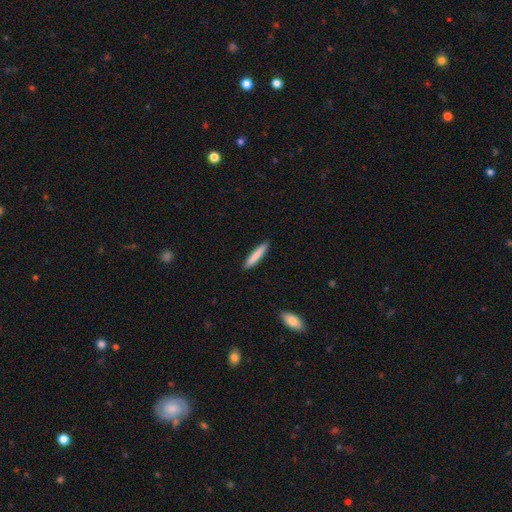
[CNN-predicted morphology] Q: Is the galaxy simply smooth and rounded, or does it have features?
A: smooth — 84%.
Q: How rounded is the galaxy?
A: cigar-shaped — 90%.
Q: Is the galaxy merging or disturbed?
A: none — 90%.